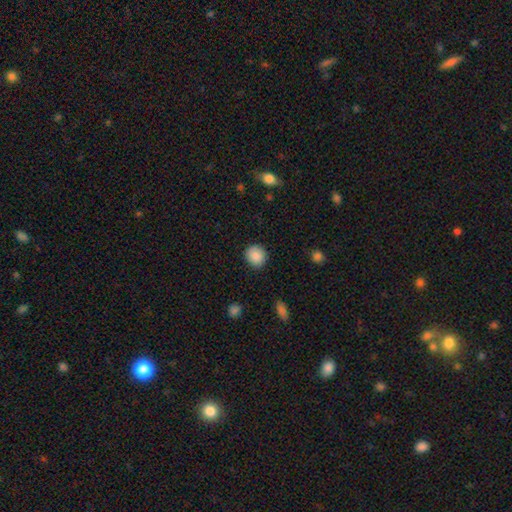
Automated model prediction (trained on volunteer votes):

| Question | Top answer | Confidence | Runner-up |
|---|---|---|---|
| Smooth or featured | smooth | 87% | star or artifact (9%) |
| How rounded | round | 88% | in between (11%) |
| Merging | none | 89% | minor disturbance (8%) |